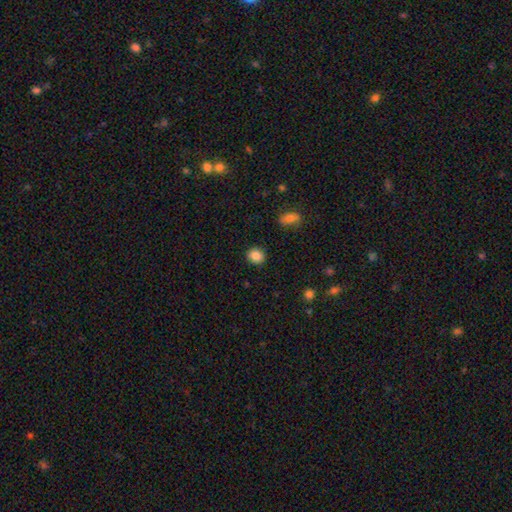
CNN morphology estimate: Overall: smooth (86%). How rounded: round (77%). Merging: none (91%).